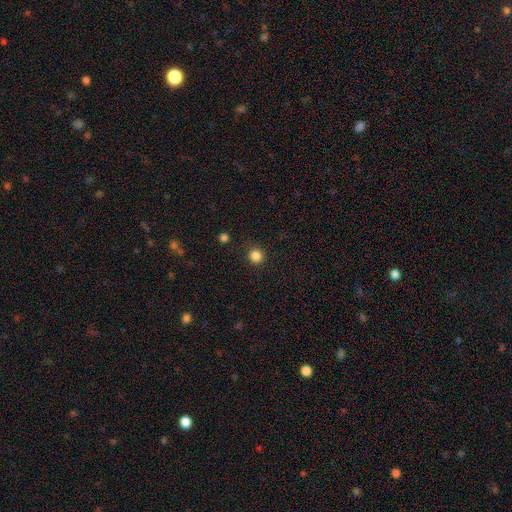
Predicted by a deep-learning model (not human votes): A smooth galaxy with no disk features (84%) that is round (93%). Merging: none (90%).